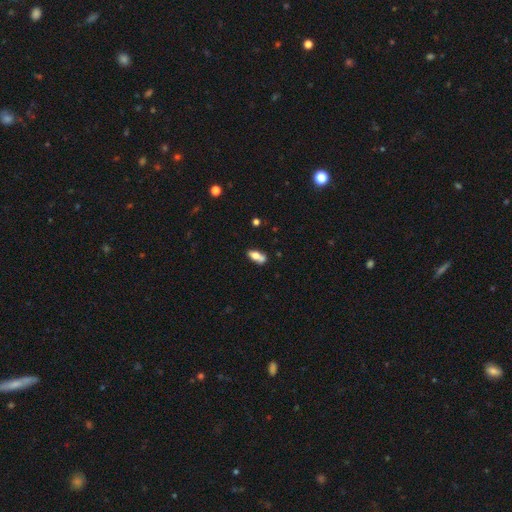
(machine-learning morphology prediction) Smooth or featured? smooth (70%)
How rounded? in between (84%)
Merging? none (49%)